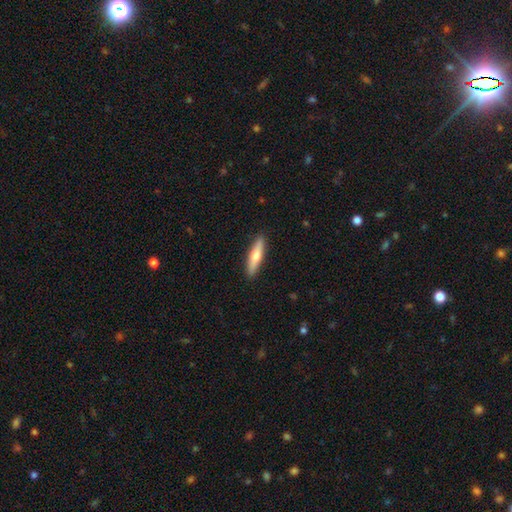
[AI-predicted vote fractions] smooth 55%, featured or disk 39%, star or artifact 5%. Down the decision tree: how rounded — cigar-shaped (80%); merging — none (90%).